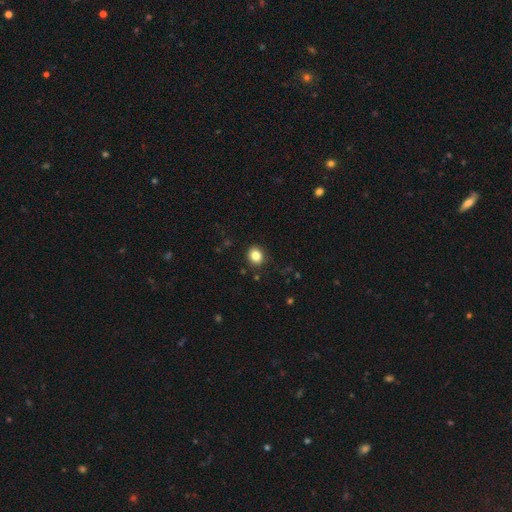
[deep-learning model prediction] Q: Smooth or featured?
A: smooth (84%); runner-up: star or artifact (11%)
Q: How rounded?
A: round (72%); runner-up: in between (27%)
Q: Merging?
A: none (89%); runner-up: minor disturbance (7%)